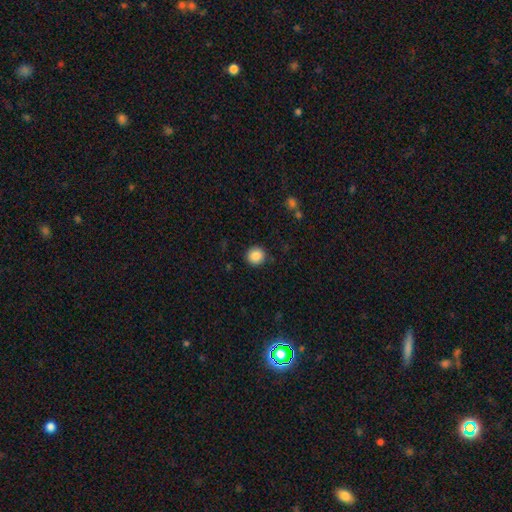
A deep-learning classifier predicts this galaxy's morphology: type=smooth (87%); roundness=round (93%); merging=none (91%).